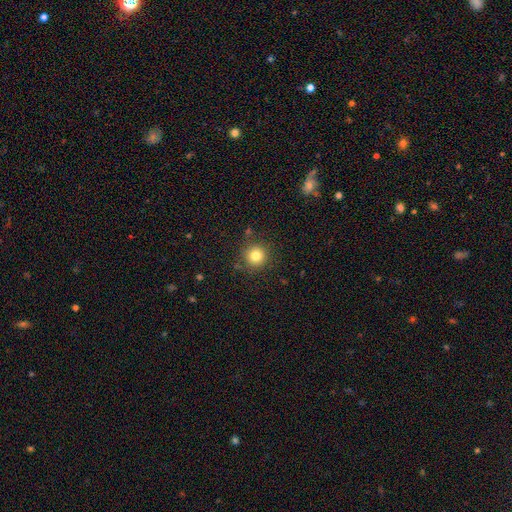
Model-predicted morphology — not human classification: Smooth or featured? smooth (81%)
How rounded? round (95%)
Merging? none (87%)